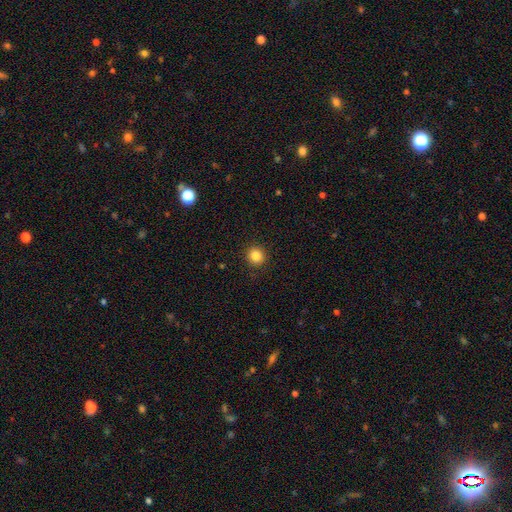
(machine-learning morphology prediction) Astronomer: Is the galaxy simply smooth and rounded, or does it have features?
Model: smooth — 85%.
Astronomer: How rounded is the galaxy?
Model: round — 90%.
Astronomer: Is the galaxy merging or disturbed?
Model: none — 90%.